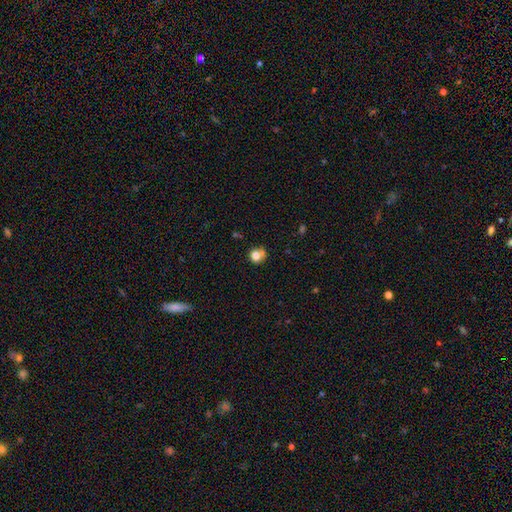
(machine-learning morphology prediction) smooth 77%, star or artifact 12%, featured or disk 11%. Down the decision tree: how rounded — round (80%); merging — none (51%).